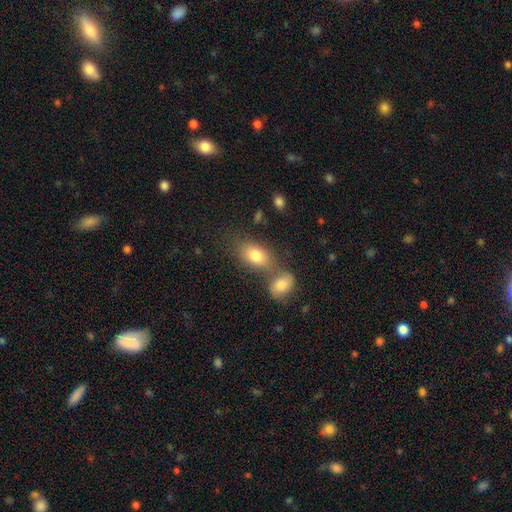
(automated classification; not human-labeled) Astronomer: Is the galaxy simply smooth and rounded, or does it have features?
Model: smooth — 80%.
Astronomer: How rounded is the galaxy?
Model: in between — 87%.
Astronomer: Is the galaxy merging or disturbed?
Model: none — 47% (runner-up: merger, 38%).